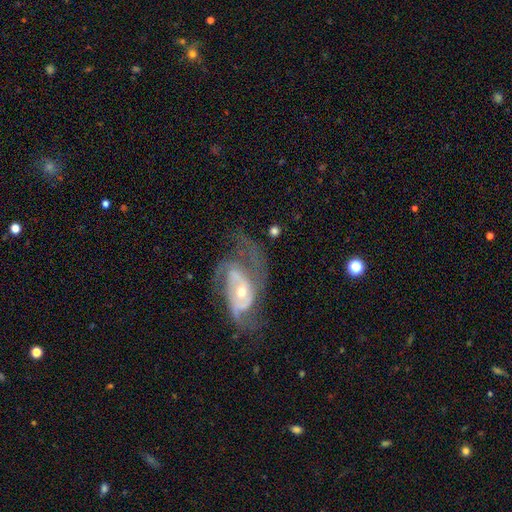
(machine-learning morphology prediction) A featured or disk galaxy (83%) with no bar (57%), 2 (46%) medium (46%) spiral arms (90%) and a moderate central bulge (49%). Merging: none (42%).